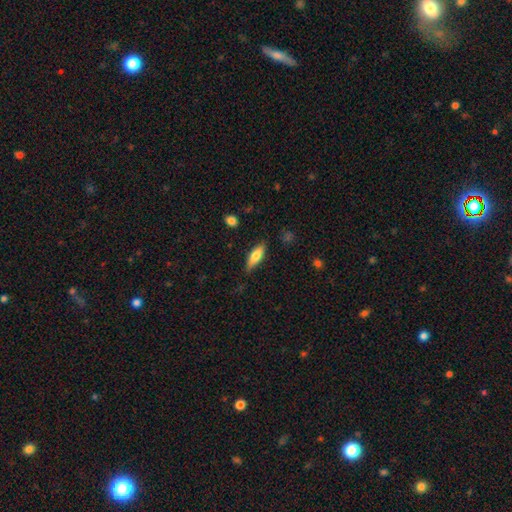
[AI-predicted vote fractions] smooth-or-featured: smooth: 66% | featured or disk: 28% | star or artifact: 6%
  how-rounded: in between: 50% | cigar-shaped: 48% | round: 2%
  merging: none: 81% | minor disturbance: 14% | major disturbance: 3% | merger: 1%